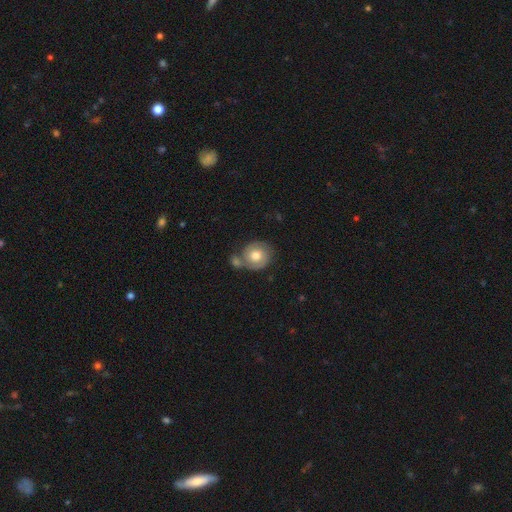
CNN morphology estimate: smooth-or-featured: smooth: 49% | featured or disk: 44% | star or artifact: 7%
  merging: none: 47% | merger: 30% | minor disturbance: 16% | major disturbance: 7%